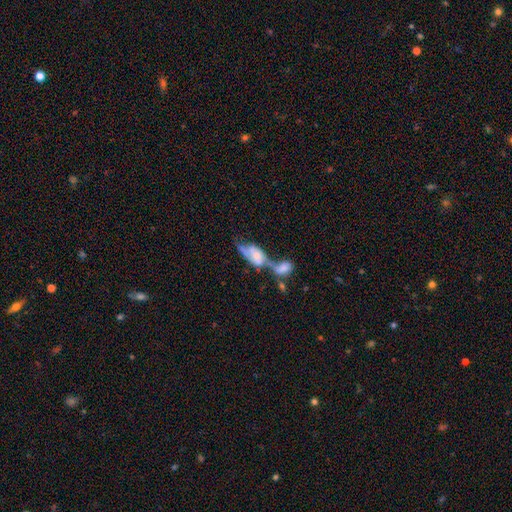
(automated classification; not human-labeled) smooth_or_featured: featured or disk (p=0.49) [alt: smooth p=0.43]
merging: merger (p=0.65) [alt: major disturbance p=0.13]